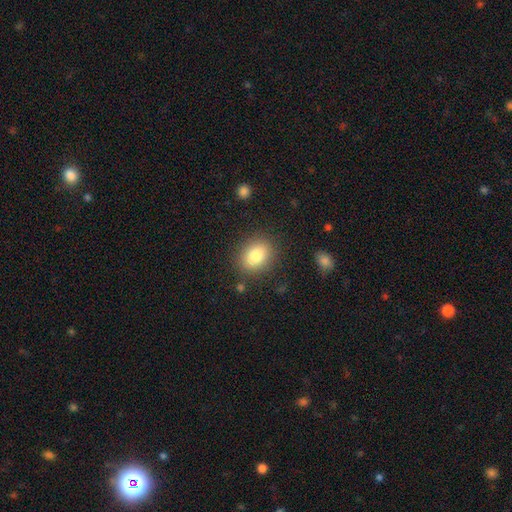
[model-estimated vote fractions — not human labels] Morphology: type=smooth (82%); roundness=in between (57%); merging=none (84%).